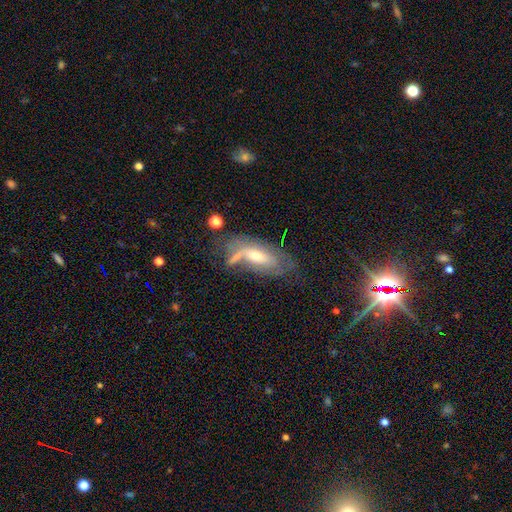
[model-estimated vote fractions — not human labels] Smooth or featured? featured or disk (52%)
Edge-on disk? no (77%)
Merging? none (40%)